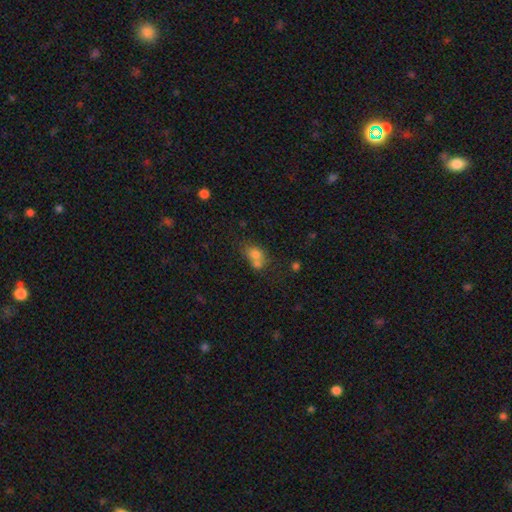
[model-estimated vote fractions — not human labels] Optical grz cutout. It shows a smooth galaxy with no disk features (72%) that is in between round and cigar-shaped (57%). Merging: merger (56%).